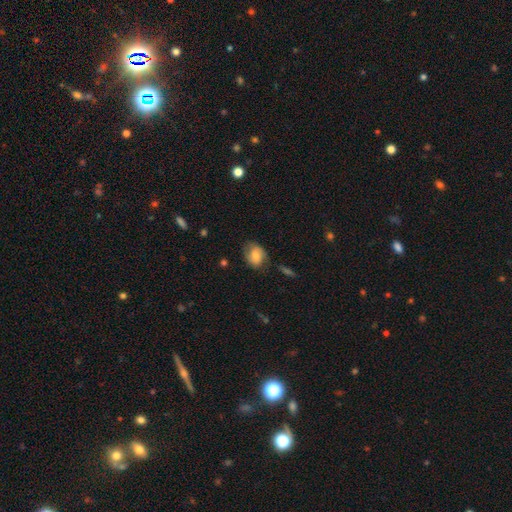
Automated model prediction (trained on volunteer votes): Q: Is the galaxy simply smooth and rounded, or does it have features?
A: smooth — 68%.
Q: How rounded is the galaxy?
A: in between — 57%.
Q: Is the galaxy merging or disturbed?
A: none — 64%.